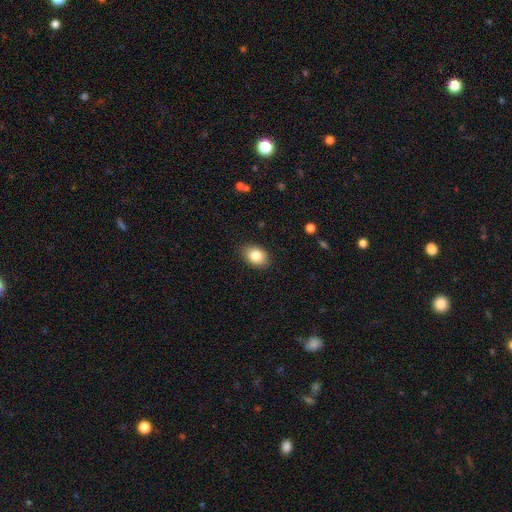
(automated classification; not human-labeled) Smooth or featured: smooth — 83% (star or artifact — 9%)
How rounded: in between — 73% (round — 26%)
Merging: none — 85% (minor disturbance — 12%)